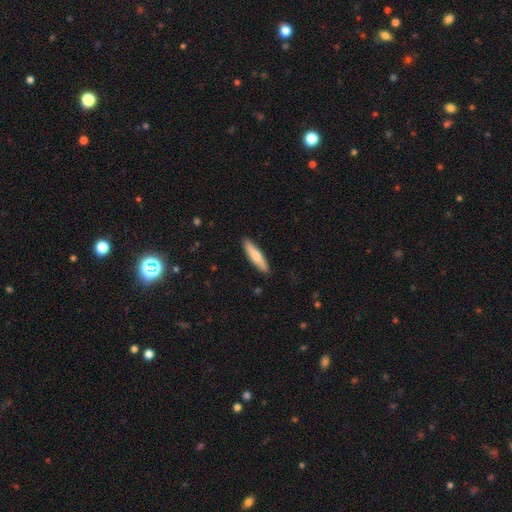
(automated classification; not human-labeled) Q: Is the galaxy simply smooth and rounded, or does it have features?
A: smooth — 70%.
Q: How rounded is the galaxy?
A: cigar-shaped — 80%.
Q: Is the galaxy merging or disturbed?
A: none — 90%.